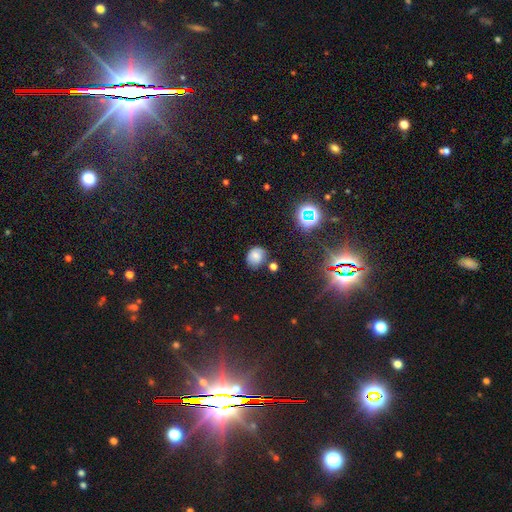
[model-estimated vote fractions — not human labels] smooth_or_featured: smooth (p=0.69) [alt: star or artifact p=0.17]
how_rounded: round (p=0.56) [alt: in between p=0.43]
merging: none (p=0.67) [alt: minor disturbance p=0.22]